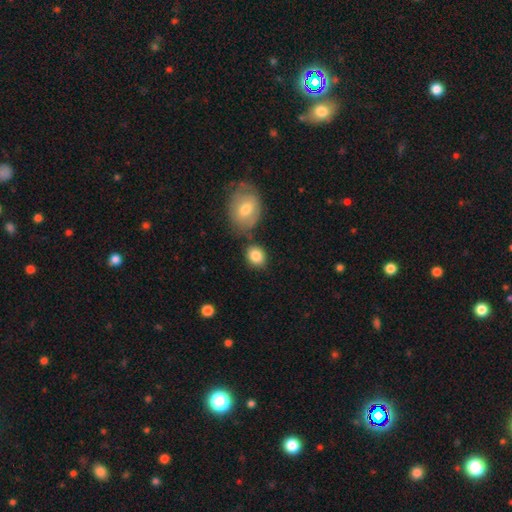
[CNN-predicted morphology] Smooth or featured? Predicted: smooth (p=0.85). How rounded? Predicted: round (p=0.53). Merging? Predicted: none (p=0.71).